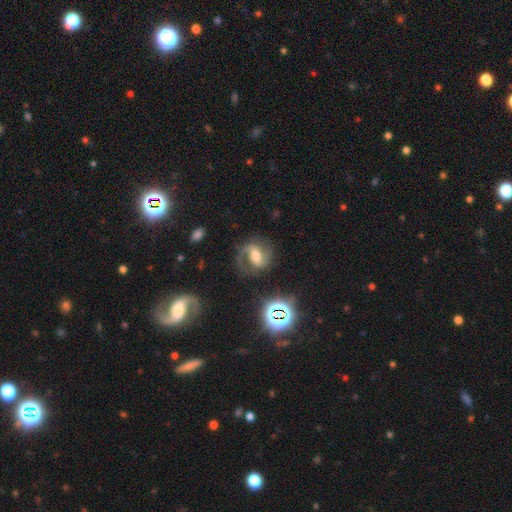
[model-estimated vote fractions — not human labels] Q: Smooth or featured?
A: featured or disk (80%); runner-up: smooth (10%)
Q: Edge-on disk?
A: no (97%); runner-up: yes (3%)
Q: Bar?
A: weak (41%); tied with: strong (41%)
Q: Spiral arms?
A: yes (95%); runner-up: no (5%)
Q: Spiral winding?
A: medium (58%); runner-up: loose (23%)
Q: Spiral arm count?
A: 2 (83%); runner-up: 1 (11%)
Q: Bulge size?
A: moderate (63%); runner-up: small (22%)
Q: Merging?
A: none (72%); runner-up: minor disturbance (15%)